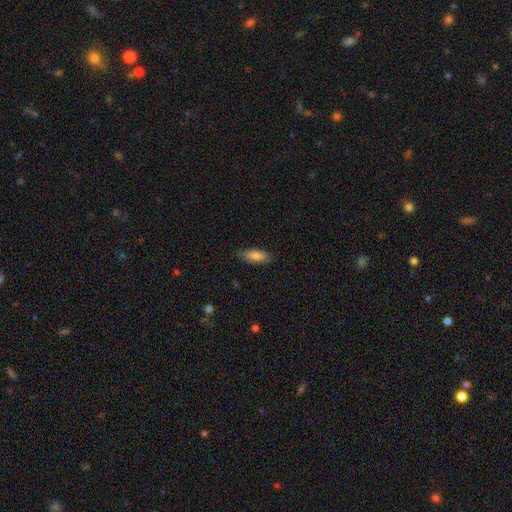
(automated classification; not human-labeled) A smooth galaxy with no disk features (83%) that is in between round and cigar-shaped (82%).

Vote fractions:
- Smooth or featured? smooth: 83% / featured or disk: 10% / star or artifact: 7%
- How rounded? in between: 82% / cigar-shaped: 16% / round: 2%
- Merging? none: 85% / minor disturbance: 12% / major disturbance: 2% / merger: 1%